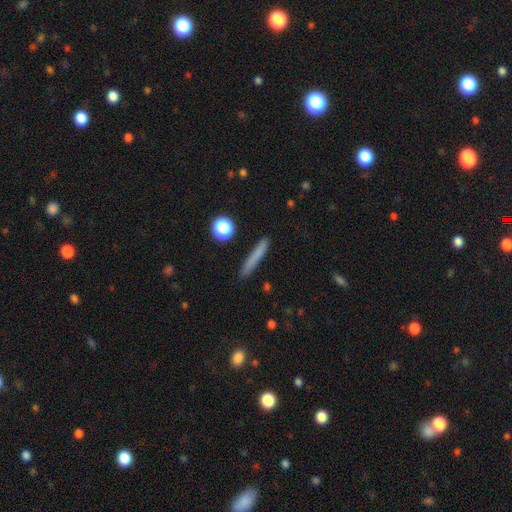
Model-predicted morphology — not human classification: type=smooth (73%); roundness=cigar-shaped (94%); merging=none (87%).